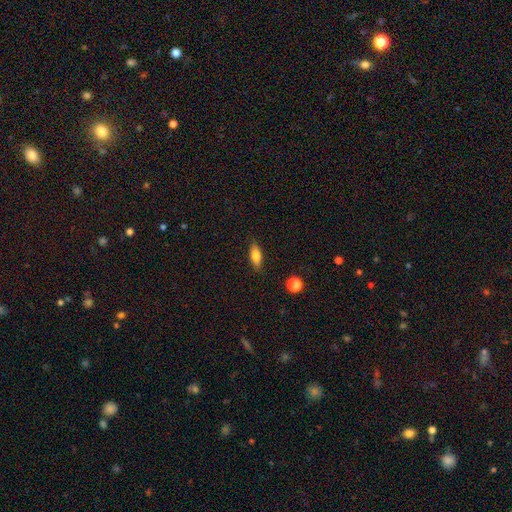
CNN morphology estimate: Smooth or featured: smooth — 75% (featured or disk — 17%)
How rounded: in between — 71% (cigar-shaped — 25%)
Merging: none — 85% (minor disturbance — 11%)